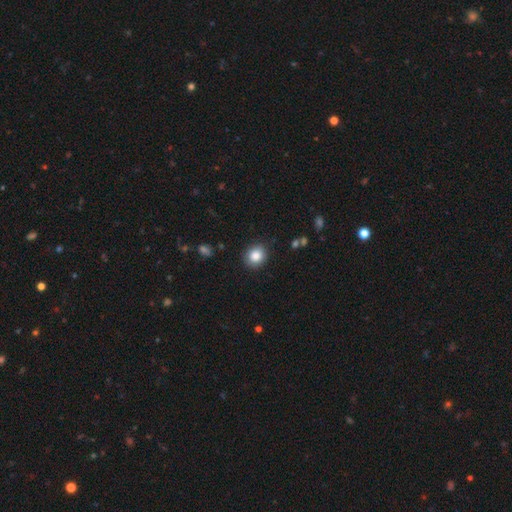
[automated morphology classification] This appears to be a smooth galaxy with no disk features (86%) that is round (71%). Merging: none (88%).